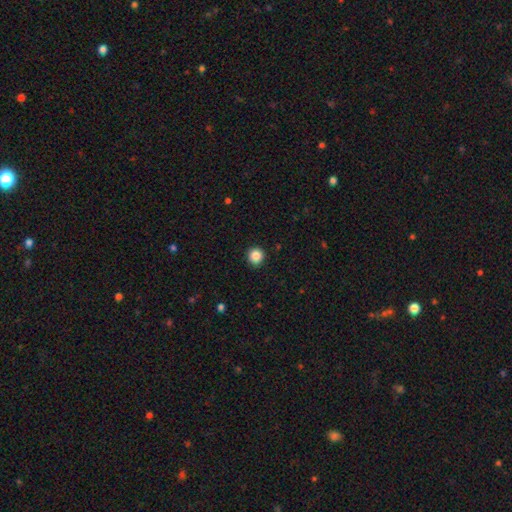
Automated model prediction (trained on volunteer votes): This appears to be a smooth galaxy with no disk features (87%) that is round (93%). Merging: none (92%).